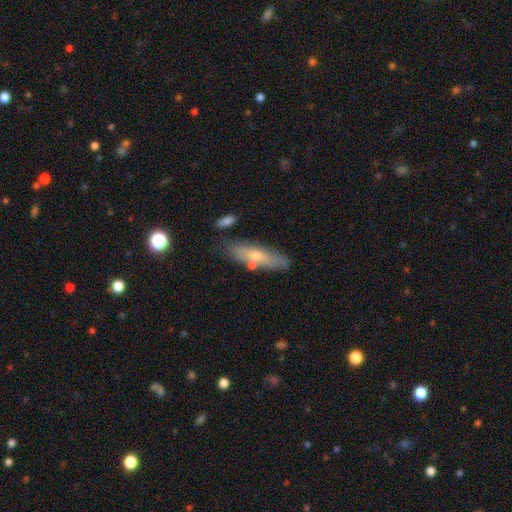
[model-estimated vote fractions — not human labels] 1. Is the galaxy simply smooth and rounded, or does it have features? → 57% smooth, 36% featured or disk, 7% star or artifact.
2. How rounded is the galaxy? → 68% cigar-shaped, 30% in between, 2% round.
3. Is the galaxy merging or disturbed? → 74% none, 15% minor disturbance, 8% merger, 3% major disturbance.